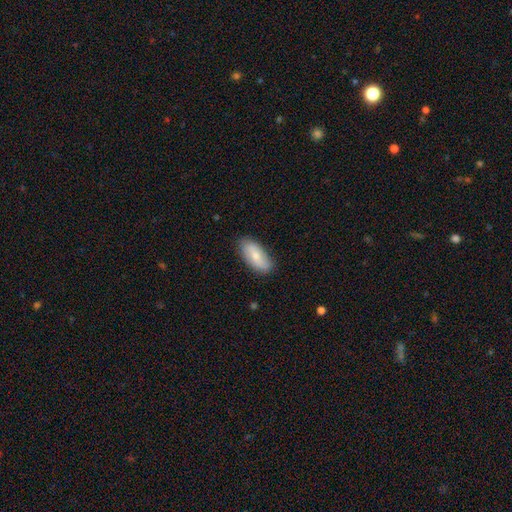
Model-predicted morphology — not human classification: Smooth or featured?
  - smooth: 66% *
  - featured or disk: 28%
  - star or artifact: 6%
How rounded?
  - in between: 89% *
  - cigar-shaped: 9%
  - round: 3%
Merging?
  - none: 83% *
  - minor disturbance: 13%
  - major disturbance: 2%
  - merger: 1%